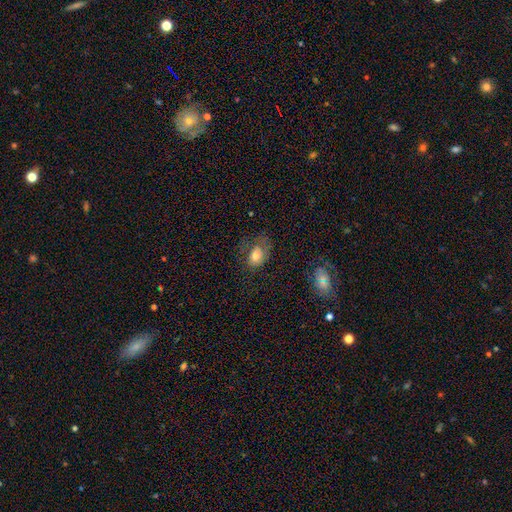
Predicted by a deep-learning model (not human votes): This is likely a smooth galaxy (71%). How rounded: likely in between (80%). Merging: possibly none (45%).